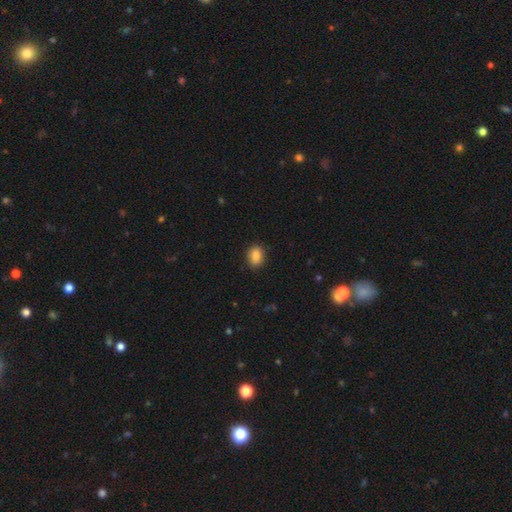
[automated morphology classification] Smooth or featured? smooth (85%)
How rounded? in between (71%)
Merging? none (86%)